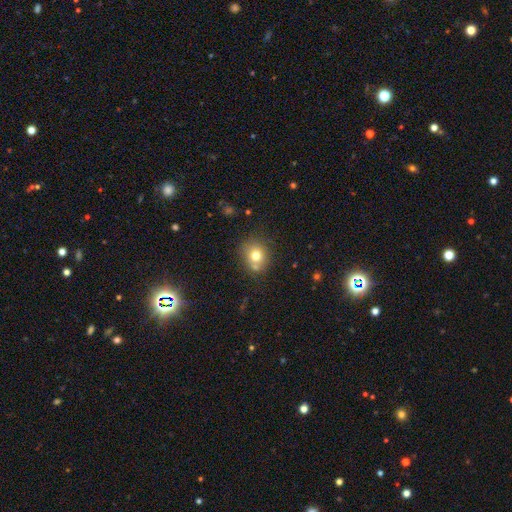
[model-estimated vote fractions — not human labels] A smooth galaxy with no disk features (74%) that is round (74%). Merging: none (66%).